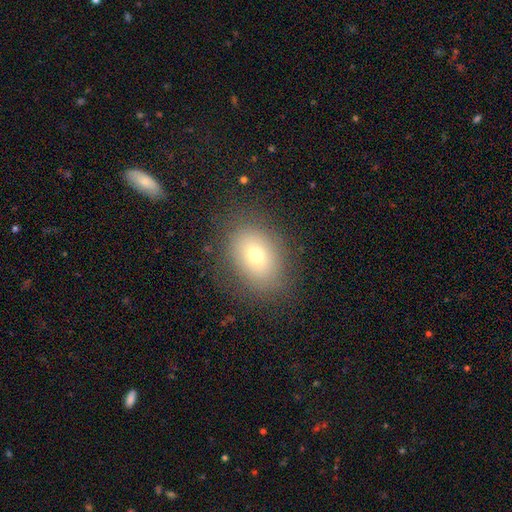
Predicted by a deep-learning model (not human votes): Smooth or featured: smooth — 70% (featured or disk — 16%)
How rounded: in between — 63% (round — 36%)
Merging: none — 80% (minor disturbance — 12%)